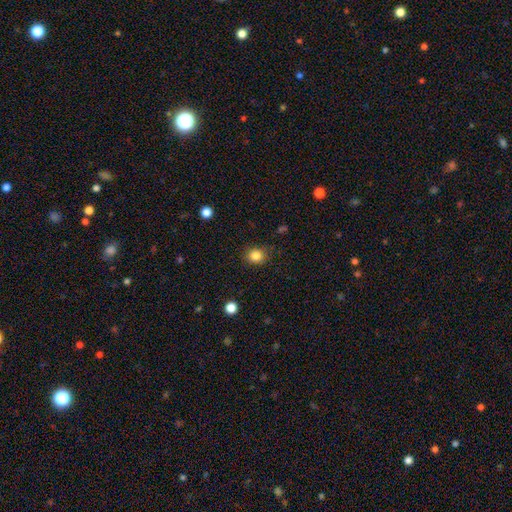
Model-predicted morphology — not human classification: A smooth galaxy with no disk features (84%) that is round (76%). Merging: none (84%).